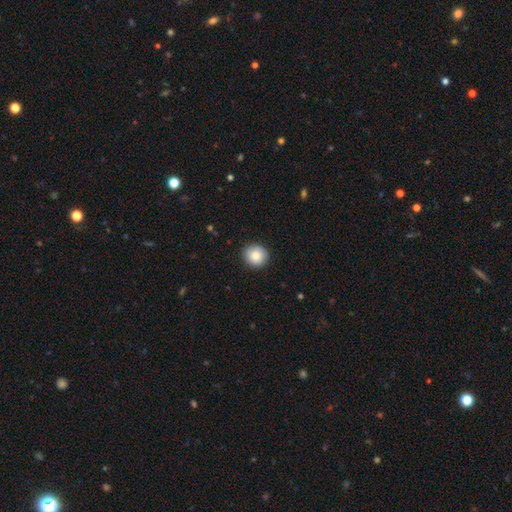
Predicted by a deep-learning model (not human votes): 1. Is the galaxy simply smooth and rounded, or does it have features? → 85% smooth, 8% star or artifact, 7% featured or disk.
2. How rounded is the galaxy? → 90% round, 9% in between, 1% cigar-shaped.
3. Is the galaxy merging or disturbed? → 89% none, 8% minor disturbance, 2% major disturbance, 1% merger.